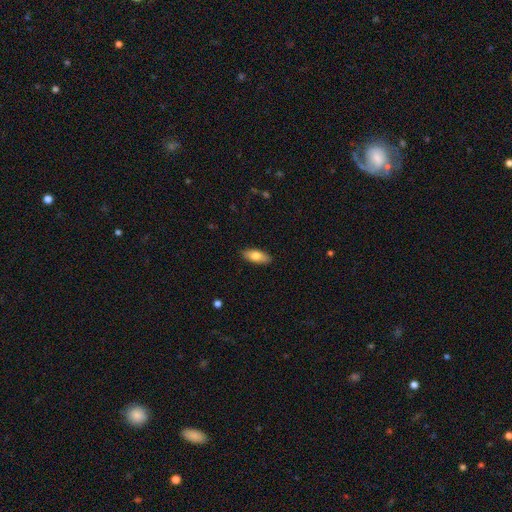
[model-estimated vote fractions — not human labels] This is likely a smooth galaxy (76%). How rounded: likely in between (79%). Merging: clearly none (88%).